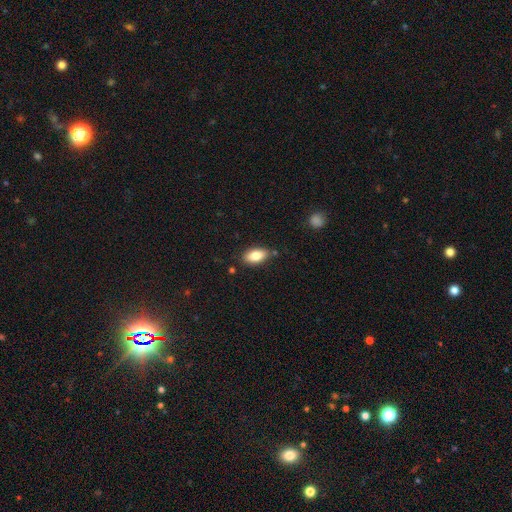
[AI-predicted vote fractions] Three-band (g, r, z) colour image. It shows a smooth galaxy with no disk features (83%) that is in between round and cigar-shaped (91%). Merging: none (81%).